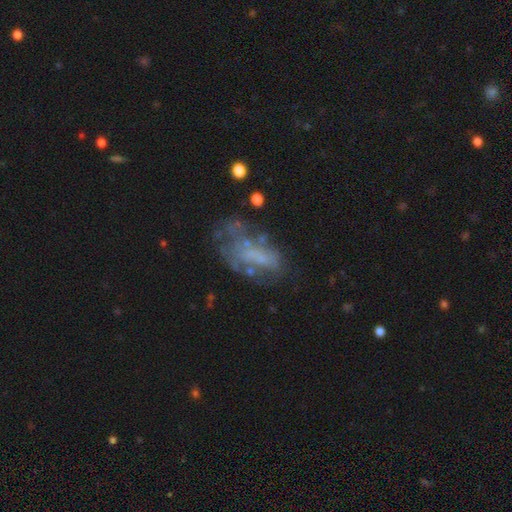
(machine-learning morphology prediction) This appears to be a featured or disk galaxy (56%) with no bar (77%), no spiral arms (80%) and no central bulge (68%). Merging: none (38%).